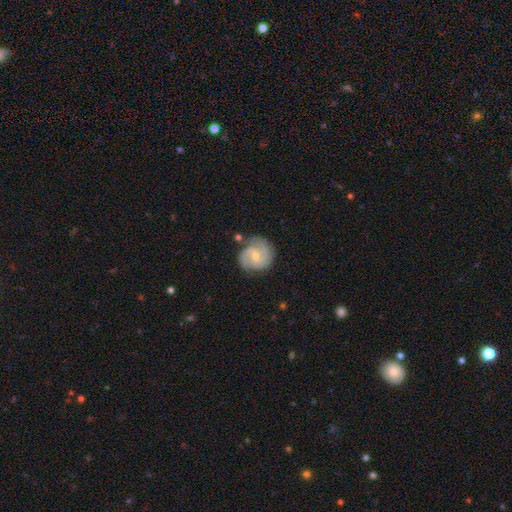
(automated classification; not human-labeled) The model was most divided on "bar": weak: 47%, no: 45%, strong: 8%. Remaining: edge-on disk — no (98%); spiral arms — yes (96%); smooth or featured — featured or disk (83%); merging — none (73%); spiral arm count — 2 (64%); bulge size — small (56%); spiral winding — medium (47%).